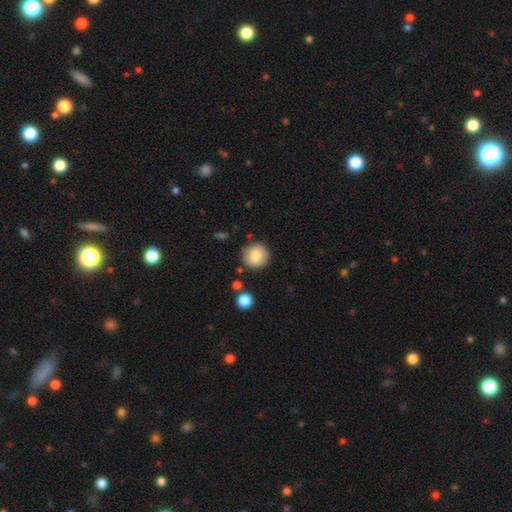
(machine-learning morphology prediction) Smooth or featured? Predicted: smooth (p=0.84). How rounded? Predicted: round (p=0.93). Merging? Predicted: none (p=0.86).